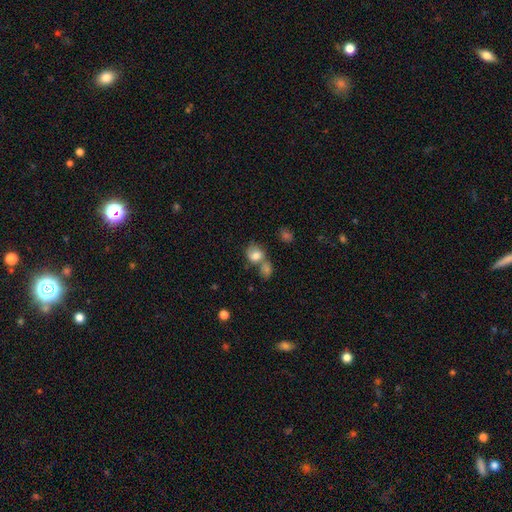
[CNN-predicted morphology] Smooth or featured?
  - smooth: 74% *
  - featured or disk: 17%
  - star or artifact: 9%
How rounded?
  - round: 53% *
  - in between: 45%
  - cigar-shaped: 1%
Merging?
  - merger: 43% *
  - none: 34%
  - minor disturbance: 15%
  - major disturbance: 8%